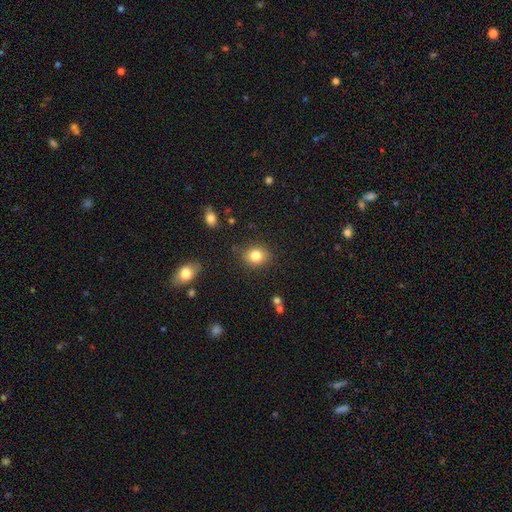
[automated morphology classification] Smooth or featured?
  - smooth: 83% *
  - star or artifact: 10%
  - featured or disk: 7%
How rounded?
  - round: 63% *
  - in between: 36%
  - cigar-shaped: 1%
Merging?
  - none: 85% *
  - minor disturbance: 10%
  - major disturbance: 3%
  - merger: 2%